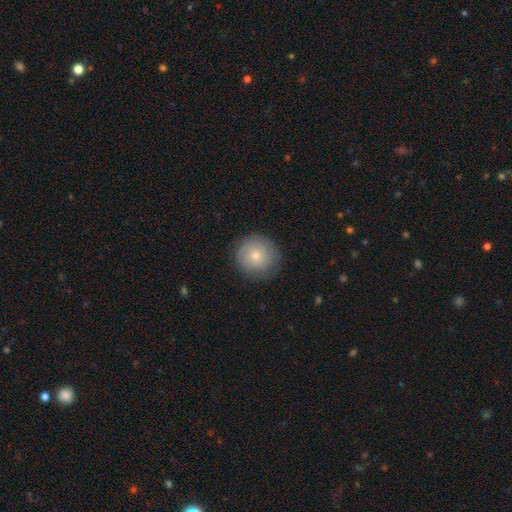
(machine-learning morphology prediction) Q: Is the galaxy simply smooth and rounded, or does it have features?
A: smooth — 74%.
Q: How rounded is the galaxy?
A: round — 93%.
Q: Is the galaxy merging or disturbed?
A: none — 83%.